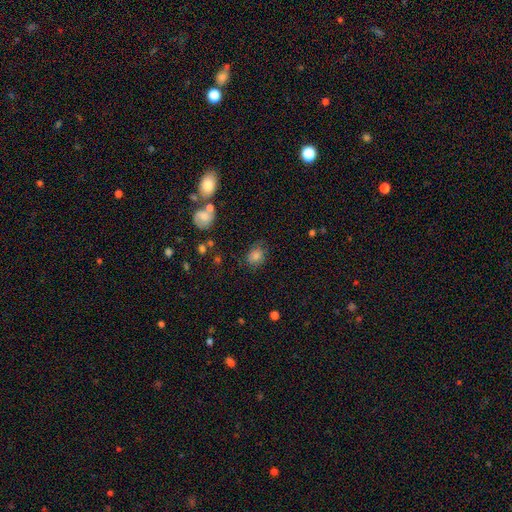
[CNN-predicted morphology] Q: Smooth or featured?
A: smooth (74%); runner-up: star or artifact (15%)
Q: How rounded?
A: round (62%); runner-up: in between (37%)
Q: Merging?
A: none (71%); runner-up: minor disturbance (19%)